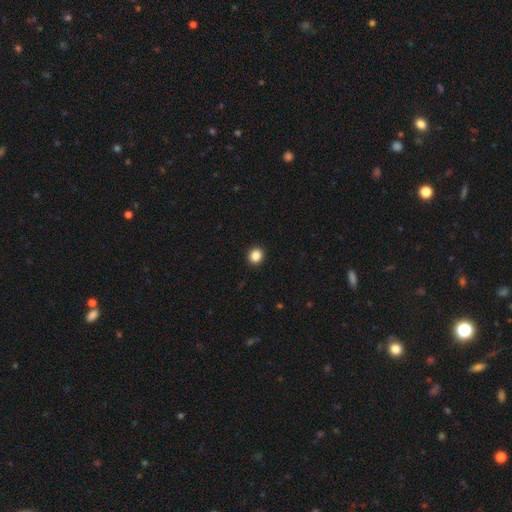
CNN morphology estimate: A smooth galaxy with no disk features (87%) that is round (86%). Merging: none (93%).